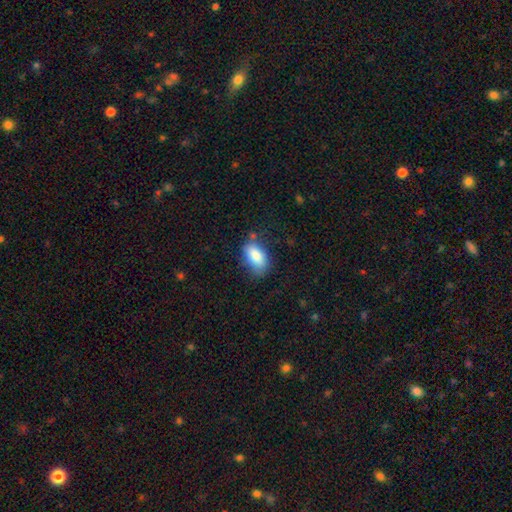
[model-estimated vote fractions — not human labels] The model was most divided on "merging": none: 66%, minor disturbance: 24%, major disturbance: 6%, merger: 4%. More confident: how rounded — in between (92%); smooth or featured — smooth (84%).